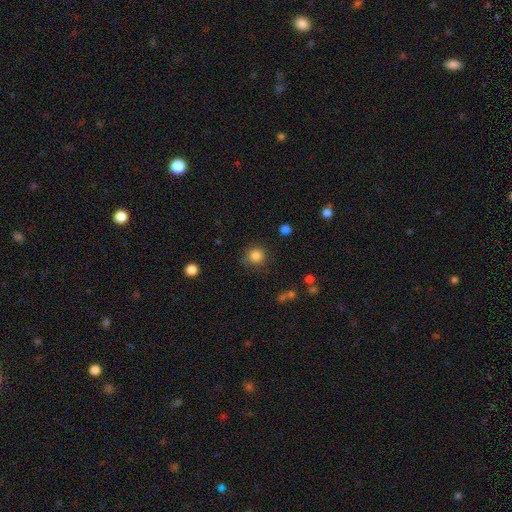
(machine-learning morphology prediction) A smooth galaxy with no disk features (84%) that is round (91%).

Vote fractions:
- Smooth or featured? smooth: 84% / star or artifact: 11% / featured or disk: 5%
- How rounded? round: 91% / in between: 8% / cigar-shaped: 1%
- Merging? none: 81% / minor disturbance: 12% / major disturbance: 4% / merger: 2%